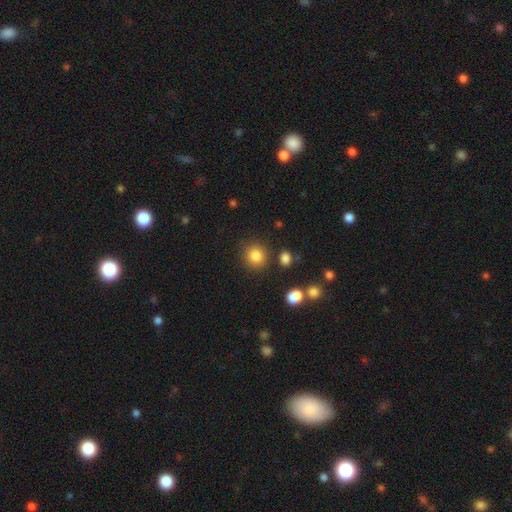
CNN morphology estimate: Overall: smooth (83%). How rounded: round (90%). Merging: none (86%).